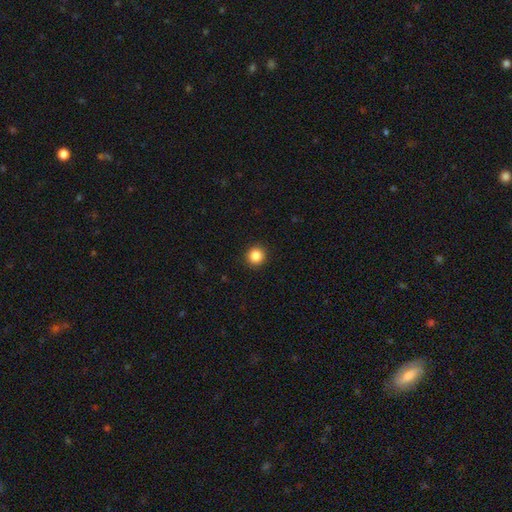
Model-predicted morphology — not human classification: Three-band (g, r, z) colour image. It shows a smooth galaxy with no disk features (86%) that is round (94%). Merging: none (93%).